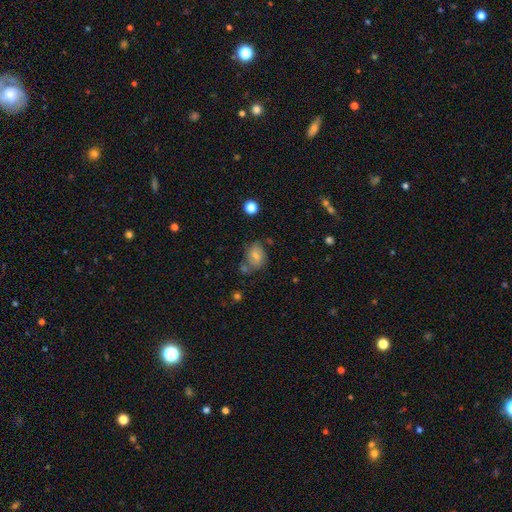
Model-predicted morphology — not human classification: smooth-or-featured: smooth: 65% | featured or disk: 24% | star or artifact: 11%
  how-rounded: in between: 56% | round: 43% | cigar-shaped: 1%
  merging: none: 54% | minor disturbance: 22% | merger: 15% | major disturbance: 9%